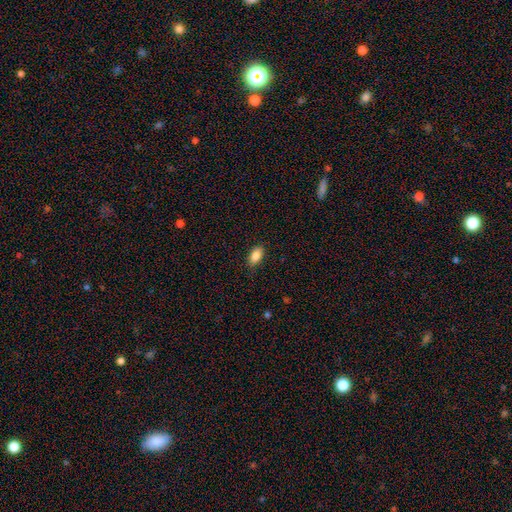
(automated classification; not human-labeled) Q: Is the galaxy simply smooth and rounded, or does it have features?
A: smooth — 88%.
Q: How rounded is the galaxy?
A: in between — 91%.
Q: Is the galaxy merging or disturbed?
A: none — 85%.